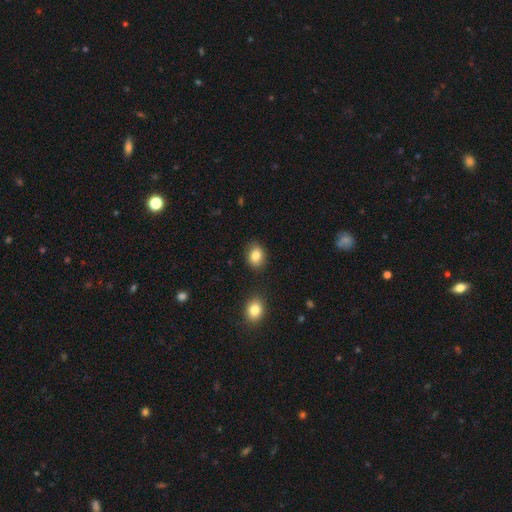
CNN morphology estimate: smooth_or_featured: smooth (p=0.84) [alt: star or artifact p=0.09]
how_rounded: in between (p=0.51) [alt: round p=0.48]
merging: none (p=0.83) [alt: minor disturbance p=0.11]